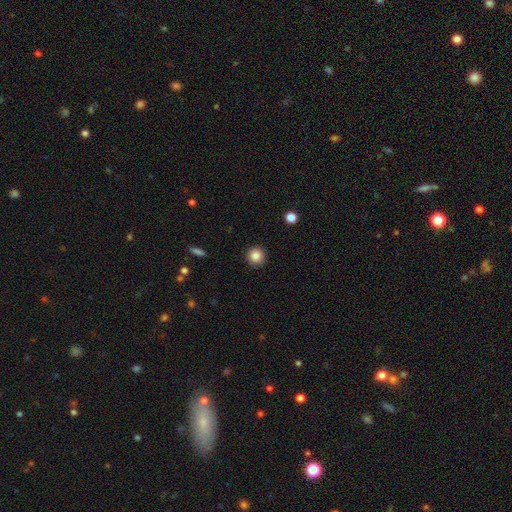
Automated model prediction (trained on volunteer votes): Smooth or featured? smooth (85%)
How rounded? round (95%)
Merging? none (92%)